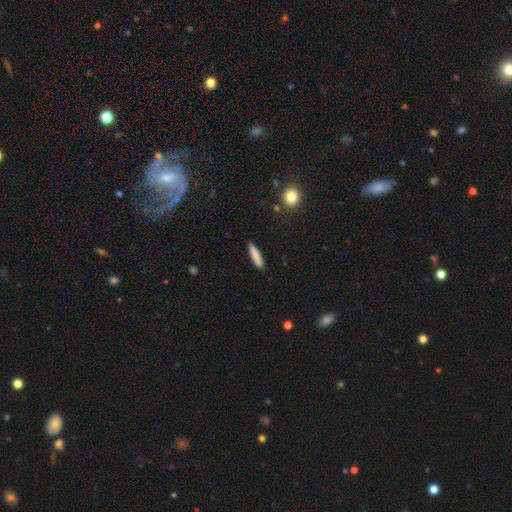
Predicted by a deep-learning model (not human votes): This appears to be a smooth galaxy with no disk features (83%) that is cigar-shaped (86%). Merging: none (88%).